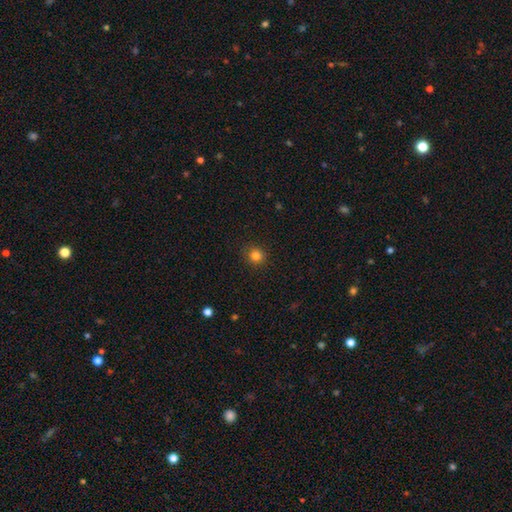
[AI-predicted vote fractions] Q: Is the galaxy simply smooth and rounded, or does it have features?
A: smooth — 82%.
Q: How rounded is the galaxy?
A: round — 90%.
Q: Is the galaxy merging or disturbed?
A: none — 90%.